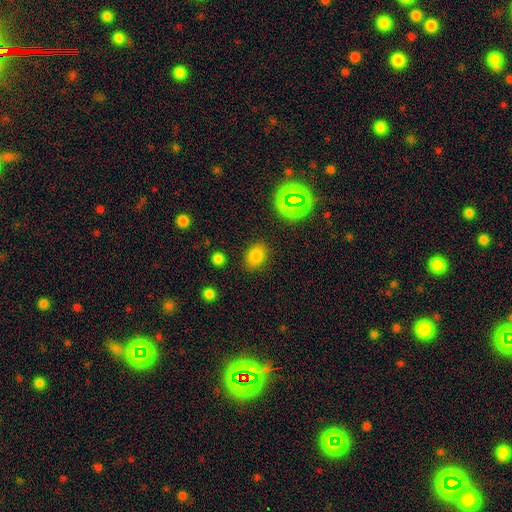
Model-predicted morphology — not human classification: type=smooth (77%); roundness=in between (67%); merging=none (85%).